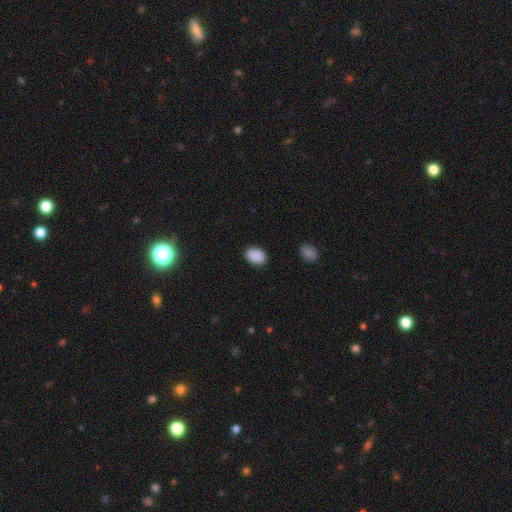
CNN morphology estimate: type=smooth (90%); roundness=in between (78%); merging=none (88%).